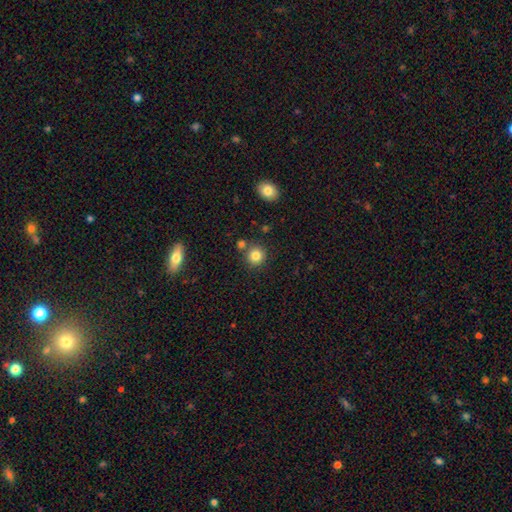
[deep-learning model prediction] This is clearly a smooth galaxy (83%). How rounded: clearly round (91%). Merging: likely none (79%).